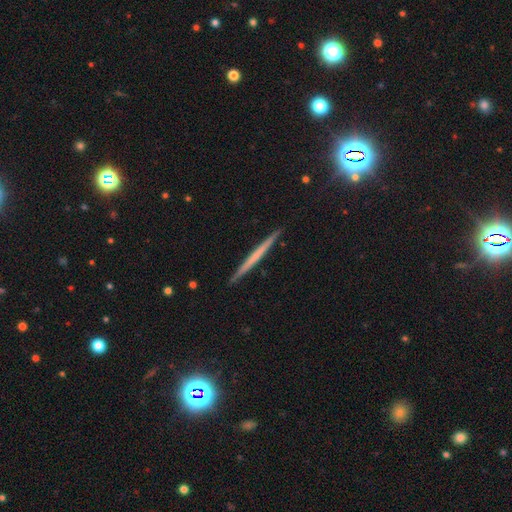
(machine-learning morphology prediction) smooth-or-featured: featured or disk: 51% | smooth: 42% | star or artifact: 7%
  disk-edge-on: yes: 98% | no: 2%
  merging: none: 92% | minor disturbance: 6% | major disturbance: 1% | merger: 1%